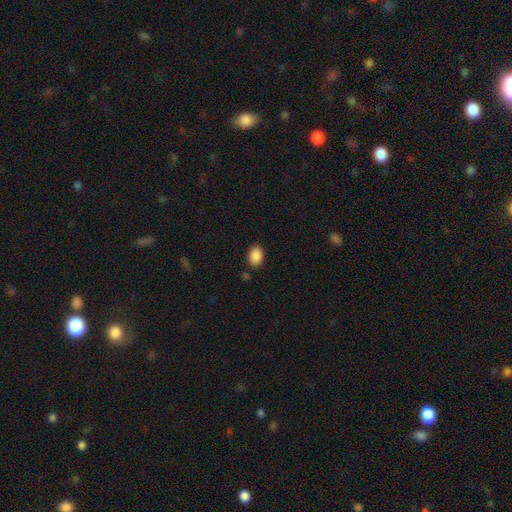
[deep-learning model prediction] smooth 89%, star or artifact 8%, featured or disk 3%. Down the decision tree: how rounded — in between (81%); merging — none (85%).